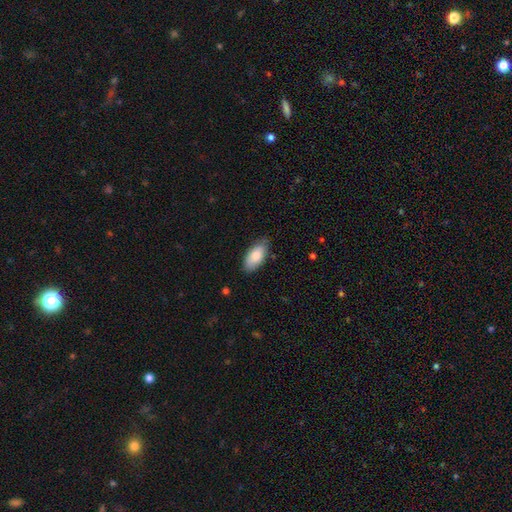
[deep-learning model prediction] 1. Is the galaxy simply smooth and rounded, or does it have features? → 81% smooth, 13% featured or disk, 6% star or artifact.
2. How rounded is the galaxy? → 92% in between, 6% cigar-shaped, 2% round.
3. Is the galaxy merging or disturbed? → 78% none, 18% minor disturbance, 3% major disturbance, 1% merger.